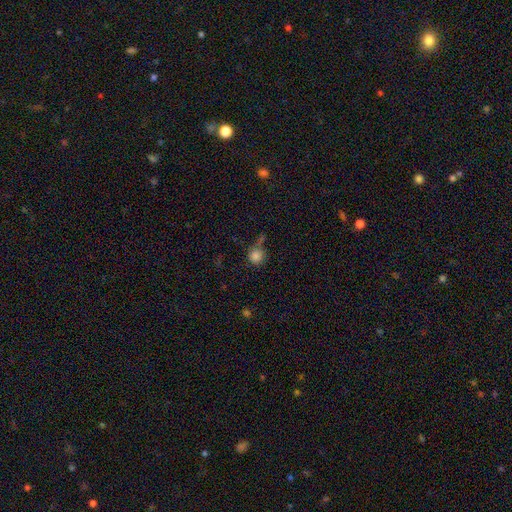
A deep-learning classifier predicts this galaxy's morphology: Q: Smooth or featured?
A: smooth (83%); runner-up: star or artifact (11%)
Q: How rounded?
A: round (91%); runner-up: in between (7%)
Q: Merging?
A: none (56%); runner-up: minor disturbance (19%)